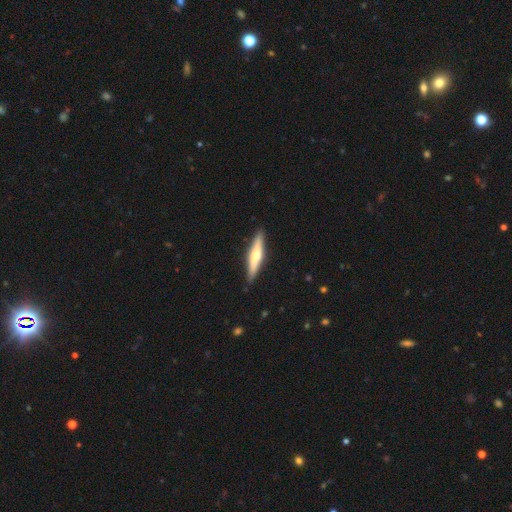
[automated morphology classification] This appears to be a featured or disk galaxy (49%). Merging: none (89%).